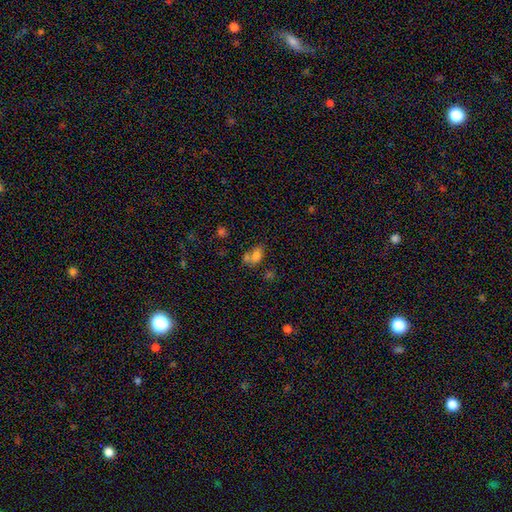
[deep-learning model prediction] Smooth or featured? smooth (73%)
How rounded? in between (80%)
Merging? merger (40%)